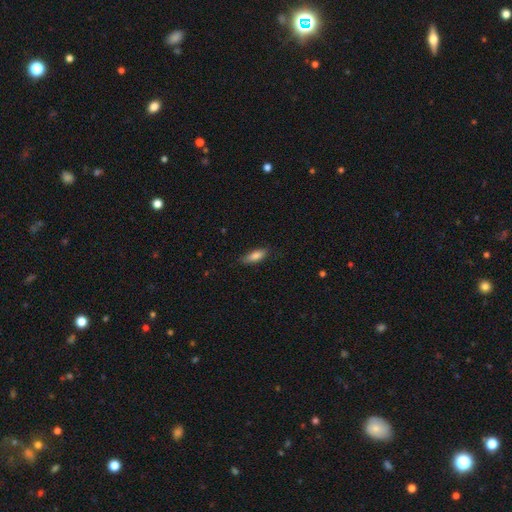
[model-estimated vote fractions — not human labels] This appears to be a smooth galaxy with no disk features (82%) that is in between round and cigar-shaped (62%). Merging: none (78%).